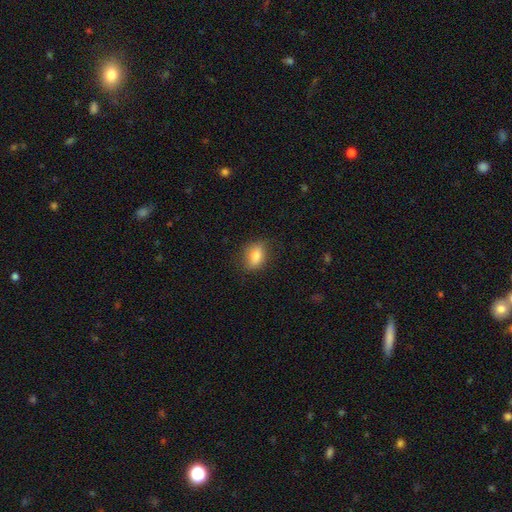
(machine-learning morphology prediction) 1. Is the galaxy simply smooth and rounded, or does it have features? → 80% smooth, 12% featured or disk, 8% star or artifact.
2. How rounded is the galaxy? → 72% in between, 25% round, 3% cigar-shaped.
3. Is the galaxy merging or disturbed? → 78% none, 17% minor disturbance, 4% major disturbance, 1% merger.